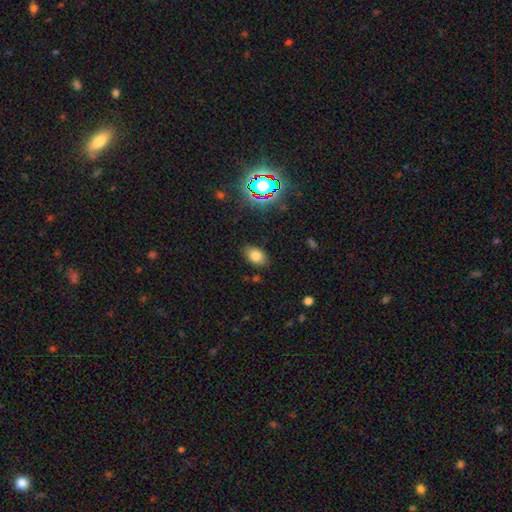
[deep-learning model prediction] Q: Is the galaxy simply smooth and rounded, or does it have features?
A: smooth — 77%.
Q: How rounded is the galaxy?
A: in between — 86%.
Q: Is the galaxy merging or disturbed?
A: none — 82%.